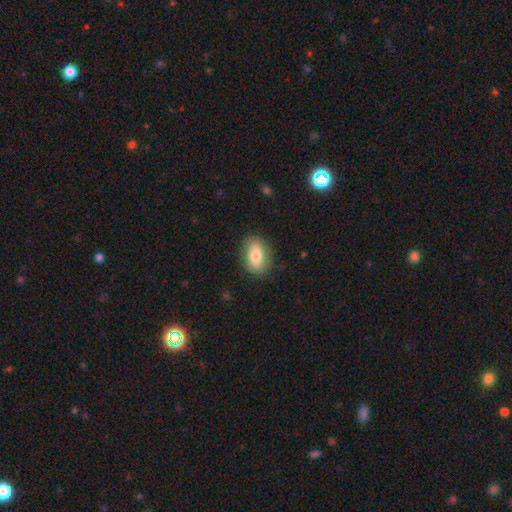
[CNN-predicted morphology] Smooth or featured? smooth (77%)
How rounded? in between (88%)
Merging? none (82%)